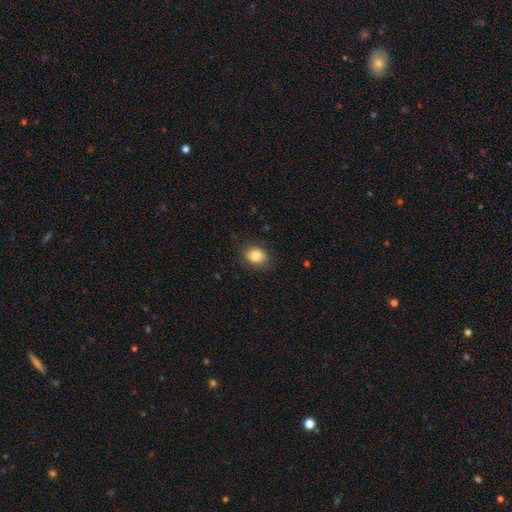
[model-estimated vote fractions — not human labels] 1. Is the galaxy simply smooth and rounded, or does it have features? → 84% smooth, 9% star or artifact, 7% featured or disk.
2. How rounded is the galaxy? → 53% round, 47% in between, 1% cigar-shaped.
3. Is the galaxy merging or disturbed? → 84% none, 12% minor disturbance, 3% major disturbance, 1% merger.